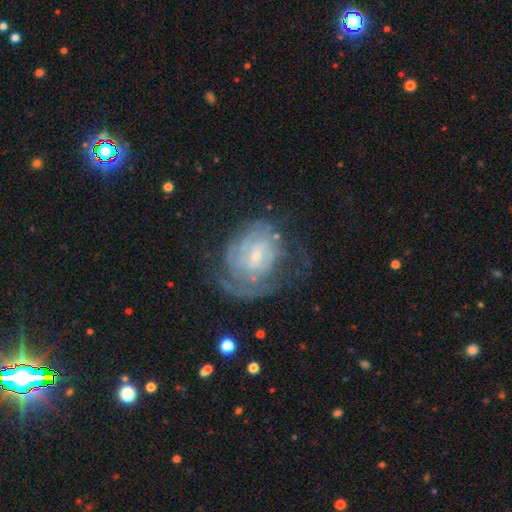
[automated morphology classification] Smooth or featured? featured or disk (83%)
Edge-on disk? no (97%)
Bar? no (47%)
Spiral arms? yes (92%)
Spiral winding? tight (64%)
Spiral arm count? can't tell (41%)
Bulge size? small (73%)
Merging? none (56%)